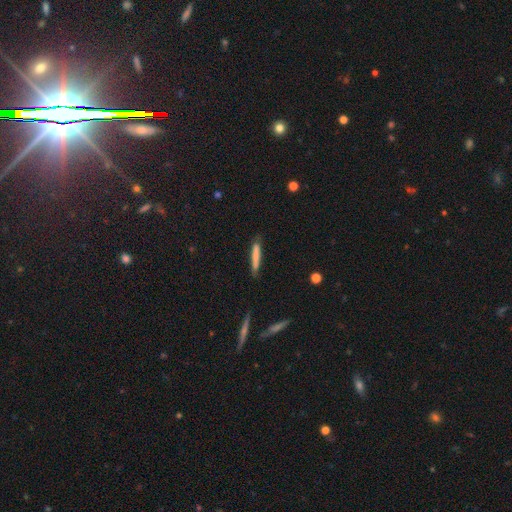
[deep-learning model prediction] A smooth galaxy with no disk features (75%) that is cigar-shaped (94%).

Vote fractions:
- Smooth or featured? smooth: 75% / featured or disk: 19% / star or artifact: 6%
- How rounded? cigar-shaped: 94% / in between: 5% / round: 1%
- Merging? none: 80% / minor disturbance: 15% / major disturbance: 3% / merger: 2%